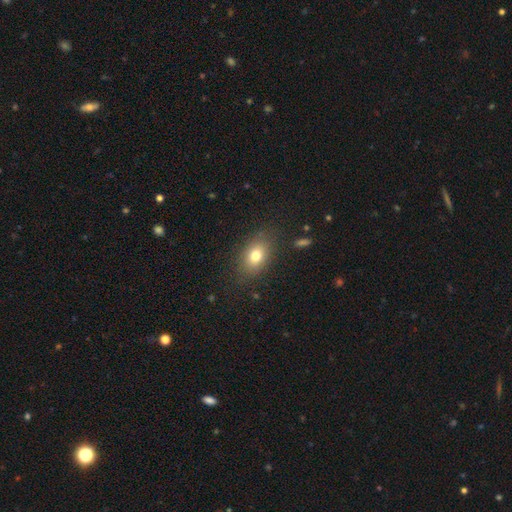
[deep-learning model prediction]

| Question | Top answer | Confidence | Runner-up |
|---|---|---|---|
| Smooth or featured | smooth | 77% | featured or disk (13%) |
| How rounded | in between | 80% | round (17%) |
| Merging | none | 82% | minor disturbance (12%) |